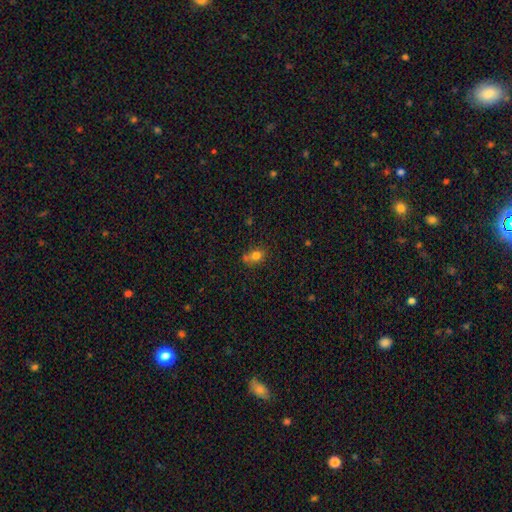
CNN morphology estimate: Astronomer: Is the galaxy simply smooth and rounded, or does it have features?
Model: smooth — 77%.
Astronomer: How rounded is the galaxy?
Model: round — 56% (runner-up: in between, 43%).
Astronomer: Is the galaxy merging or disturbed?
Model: none — 53%.